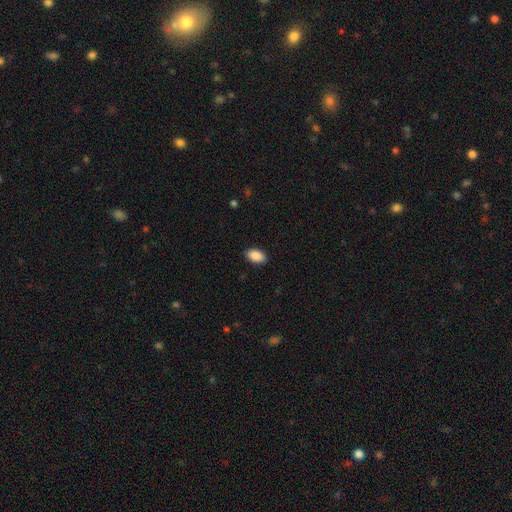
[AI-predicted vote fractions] Smooth or featured?
  - smooth: 90% *
  - star or artifact: 7%
  - featured or disk: 4%
How rounded?
  - in between: 93% *
  - round: 5%
  - cigar-shaped: 2%
Merging?
  - none: 89% *
  - minor disturbance: 8%
  - major disturbance: 2%
  - merger: 1%